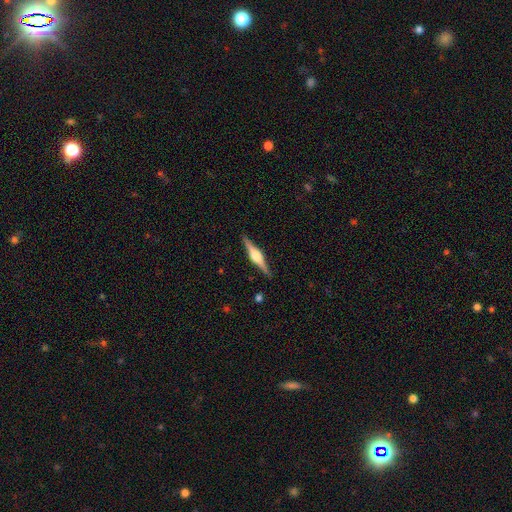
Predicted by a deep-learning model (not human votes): Smooth or featured: featured or disk — 78% (smooth — 17%)
Edge-on disk: yes — 98% (no — 2%)
Edge-on bulge: rounded — 88% (boxy — 10%)
Merging: none — 90% (minor disturbance — 7%)